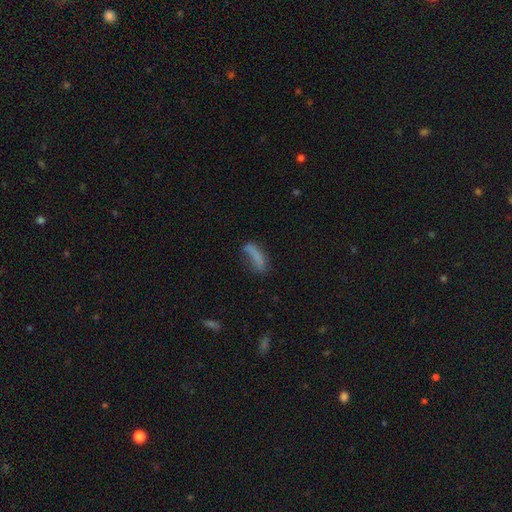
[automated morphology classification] type=smooth (66%); roundness=cigar-shaped (51%); merging=none (39%).